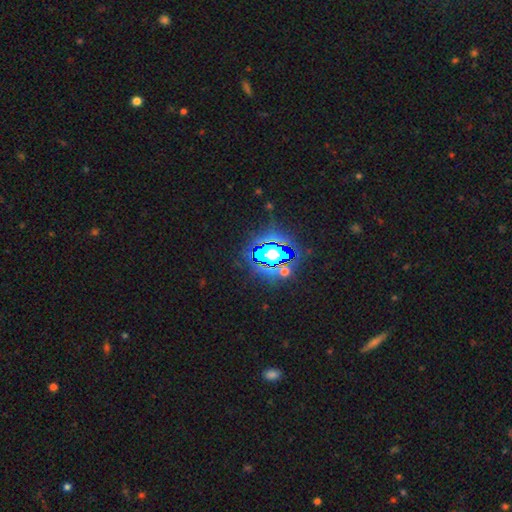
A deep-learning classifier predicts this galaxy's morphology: Smooth or featured?
  - star or artifact: 83% *
  - smooth: 11%
  - featured or disk: 7%